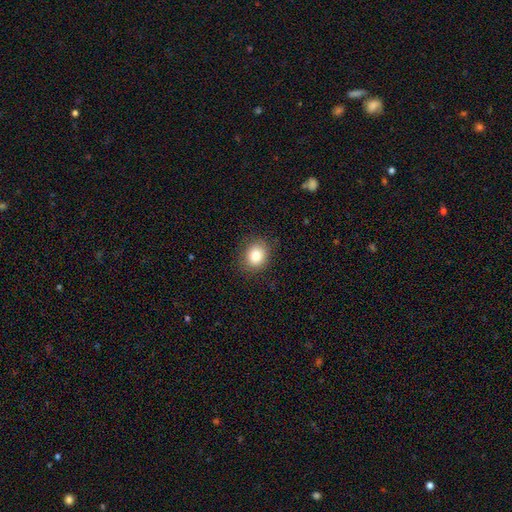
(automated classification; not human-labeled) Smooth or featured? Predicted: smooth (p=0.83). How rounded? Predicted: round (p=0.66). Merging? Predicted: none (p=0.85).